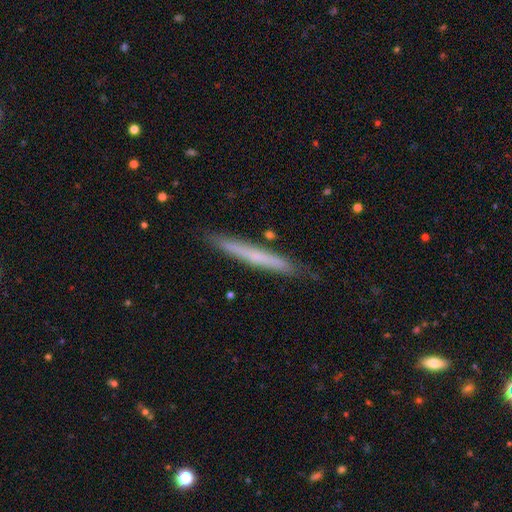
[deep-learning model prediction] Smooth or featured? Predicted: smooth (p=0.56). How rounded? Predicted: cigar-shaped (p=0.97). Merging? Predicted: none (p=0.86).